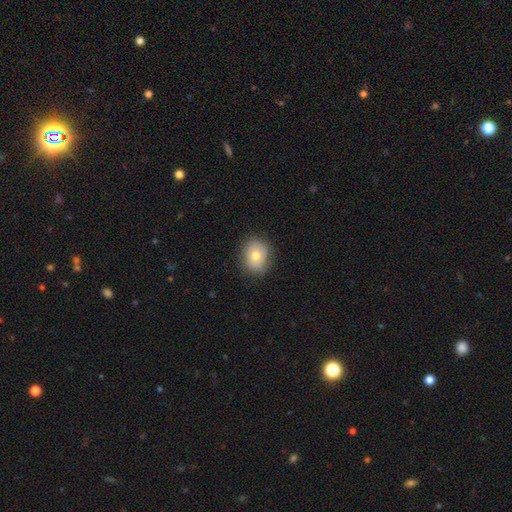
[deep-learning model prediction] This appears to be a smooth galaxy with no disk features (71%) that is round (55%). Merging: none (80%).